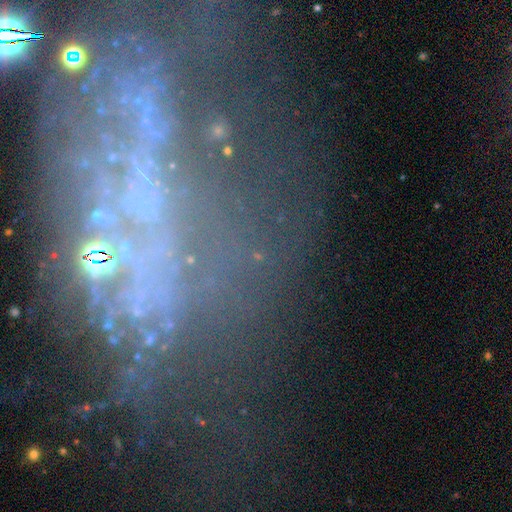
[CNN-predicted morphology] This is possibly a featured or disk galaxy (49%). Merging: possibly none (51%).